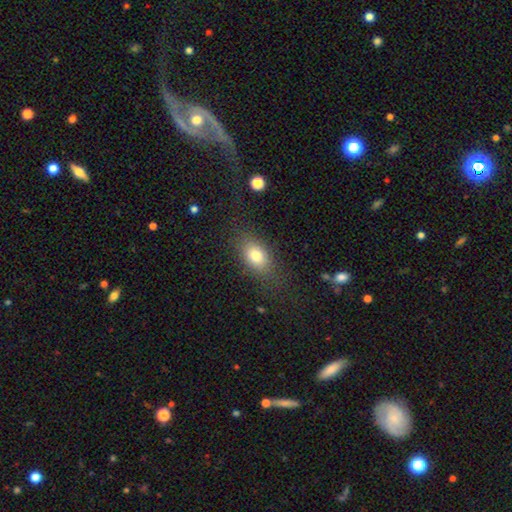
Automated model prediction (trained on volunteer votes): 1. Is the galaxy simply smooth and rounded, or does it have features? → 79% smooth, 12% featured or disk, 9% star or artifact.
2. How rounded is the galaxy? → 82% in between, 14% round, 4% cigar-shaped.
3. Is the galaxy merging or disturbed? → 76% none, 15% minor disturbance, 8% major disturbance, 2% merger.